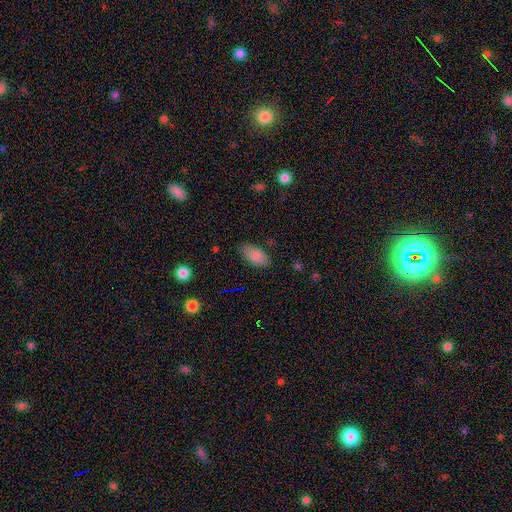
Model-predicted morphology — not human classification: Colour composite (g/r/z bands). It shows a smooth galaxy with no disk features (84%) that is in between round and cigar-shaped (93%). Merging: none (82%).